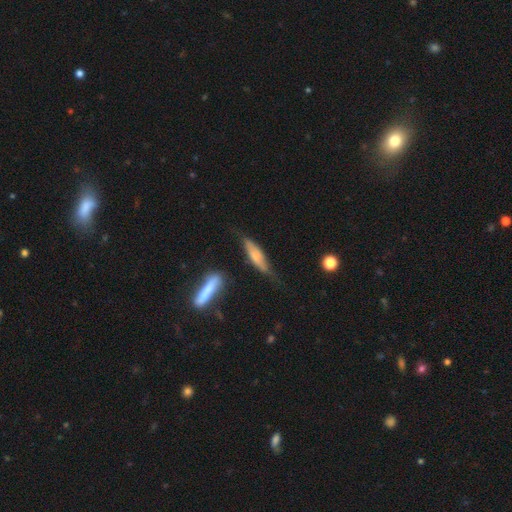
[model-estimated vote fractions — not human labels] Q: Smooth or featured?
A: smooth (52%); runner-up: featured or disk (42%)
Q: How rounded?
A: cigar-shaped (70%); runner-up: in between (28%)
Q: Merging?
A: none (59%); runner-up: minor disturbance (28%)